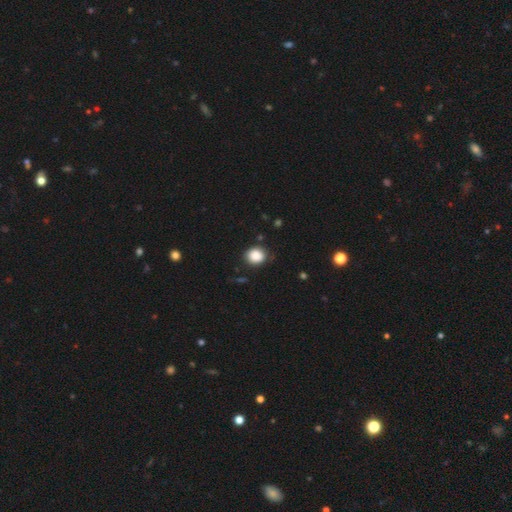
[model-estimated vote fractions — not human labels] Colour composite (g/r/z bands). It shows a smooth galaxy with no disk features (87%) that is round (73%). Merging: none (81%).